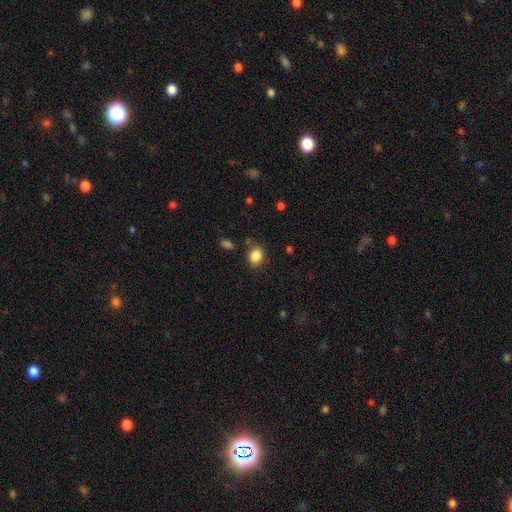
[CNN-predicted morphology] A smooth galaxy with no disk features (86%) that is in between round and cigar-shaped (50%).

Vote fractions:
- Smooth or featured? smooth: 86% / star or artifact: 9% / featured or disk: 5%
- How rounded? in between: 50% / round: 49% / cigar-shaped: 1%
- Merging? none: 81% / minor disturbance: 12% / merger: 4% / major disturbance: 3%